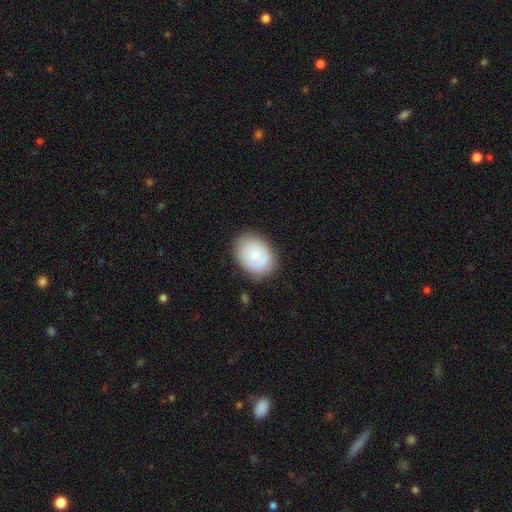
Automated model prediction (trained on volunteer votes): Q: Smooth or featured?
A: smooth (73%); runner-up: featured or disk (20%)
Q: How rounded?
A: in between (67%); runner-up: round (32%)
Q: Merging?
A: none (79%); runner-up: minor disturbance (15%)